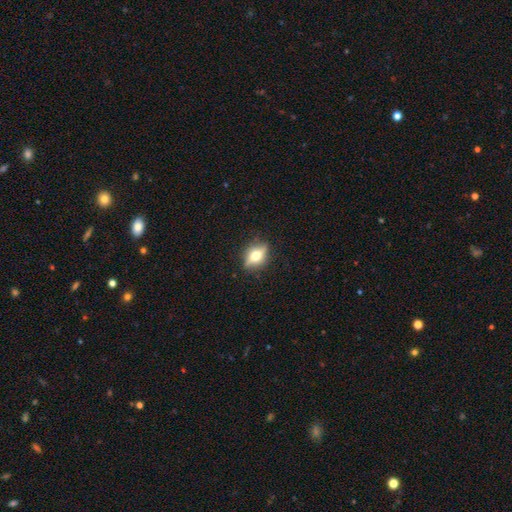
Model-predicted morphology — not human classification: type=featured or disk (47%); merging=none (81%).